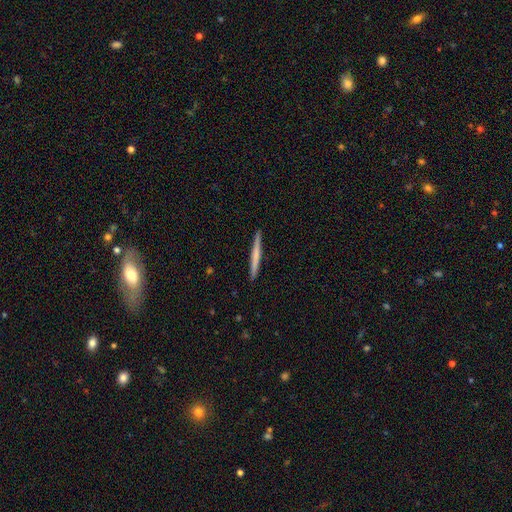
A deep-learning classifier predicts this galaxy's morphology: A smooth galaxy with no disk features (54%) that is cigar-shaped (97%).

Vote fractions:
- Smooth or featured? smooth: 54% / featured or disk: 41% / star or artifact: 5%
- How rounded? cigar-shaped: 97% / in between: 2% / round: 1%
- Merging? none: 92% / minor disturbance: 5% / major disturbance: 1% / merger: 1%